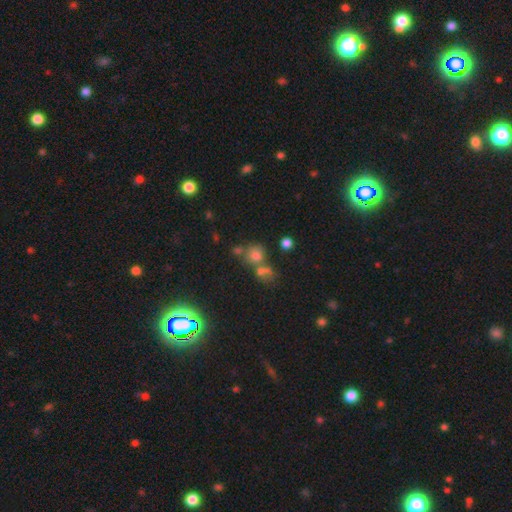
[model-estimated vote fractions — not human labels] A smooth galaxy with no disk features (67%) that is round (82%). Merging: none (48%).